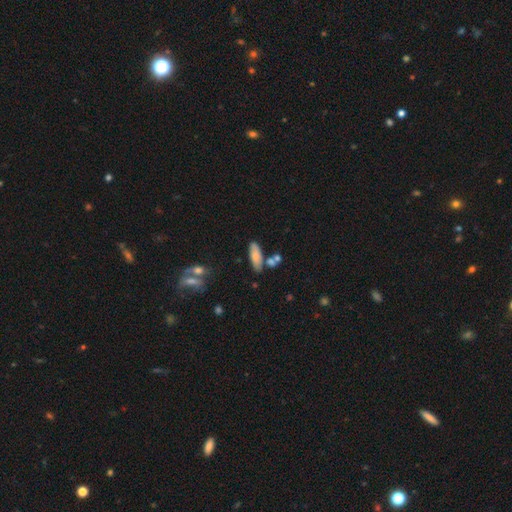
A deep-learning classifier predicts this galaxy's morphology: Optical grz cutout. It shows a smooth galaxy with no disk features (77%) that is in between round and cigar-shaped (66%). Merging: none (67%).